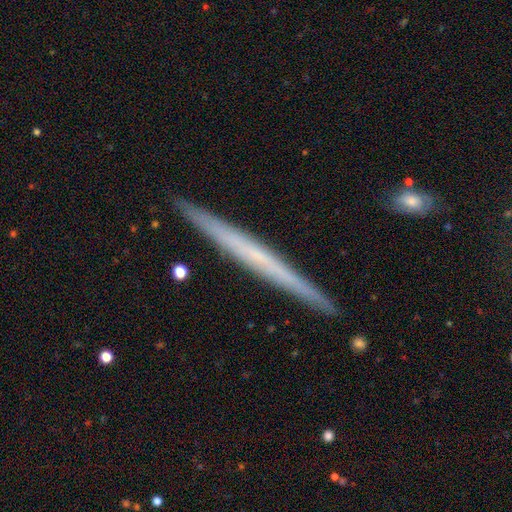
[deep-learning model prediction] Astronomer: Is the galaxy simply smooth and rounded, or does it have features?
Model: featured or disk — 57% (runner-up: smooth, 36%).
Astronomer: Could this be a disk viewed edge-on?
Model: yes — 97%.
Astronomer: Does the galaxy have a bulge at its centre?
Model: none — 87%.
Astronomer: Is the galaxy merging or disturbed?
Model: none — 91%.